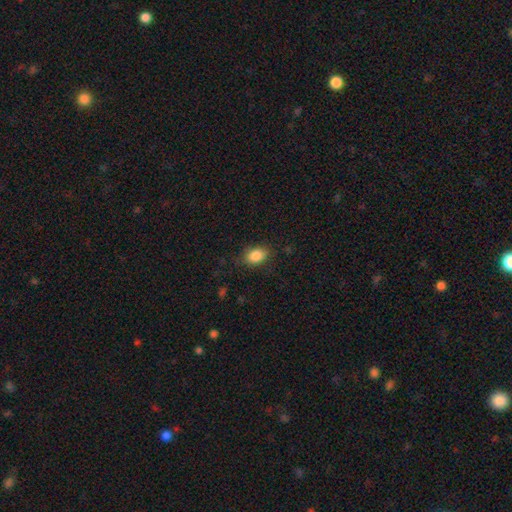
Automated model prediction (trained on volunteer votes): A smooth galaxy with no disk features (86%) that is in between round and cigar-shaped (80%). Merging: none (82%).